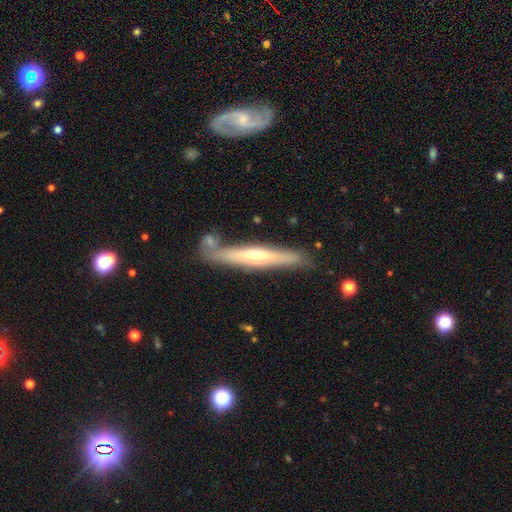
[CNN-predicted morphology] A featured or disk galaxy (65%) viewed edge-on (90%) with a rounded central bulge (74%).

Vote fractions:
- Smooth or featured? featured or disk: 65% / smooth: 29% / star or artifact: 6%
- Edge-on disk? yes: 90% / no: 10%
- Edge-on bulge? rounded: 74% / none: 22% / boxy: 4%
- Merging? none: 77% / minor disturbance: 13% / merger: 8% / major disturbance: 3%